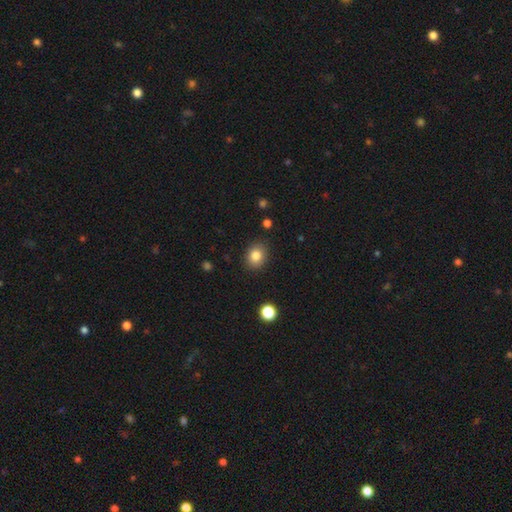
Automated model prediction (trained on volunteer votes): Smooth or featured? Predicted: smooth (p=0.83). How rounded? Predicted: round (p=0.60). Merging? Predicted: none (p=0.87).